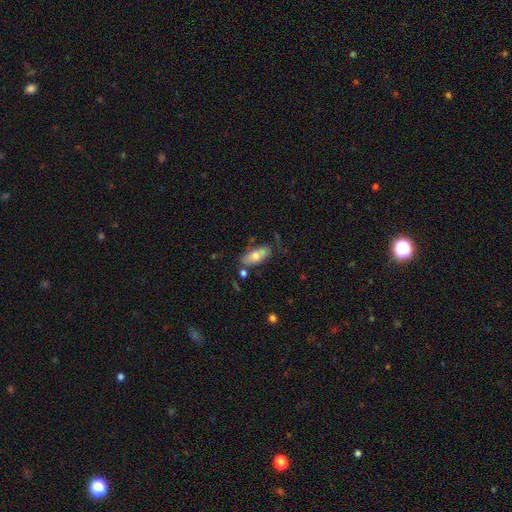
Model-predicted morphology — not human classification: A smooth galaxy with no disk features (67%) that is in between round and cigar-shaped (84%).

Vote fractions:
- Smooth or featured? smooth: 67% / featured or disk: 27% / star or artifact: 7%
- How rounded? in between: 84% / cigar-shaped: 13% / round: 3%
- Merging? none: 65% / minor disturbance: 22% / merger: 7% / major disturbance: 6%